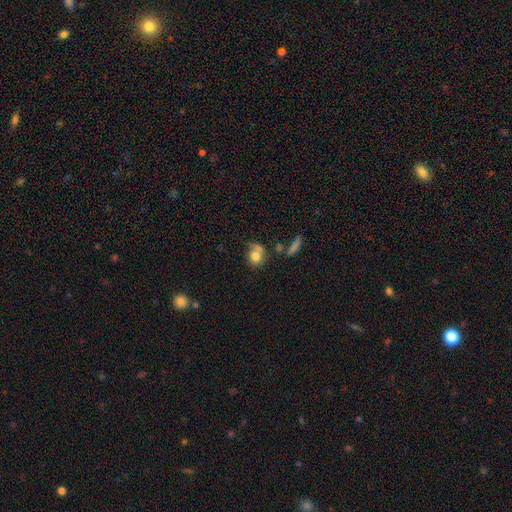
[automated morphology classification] The model was most divided on "merging": none: 42%, merger: 24%, minor disturbance: 19%, major disturbance: 15%. More confident: smooth or featured — smooth (75%); how rounded — round (69%).